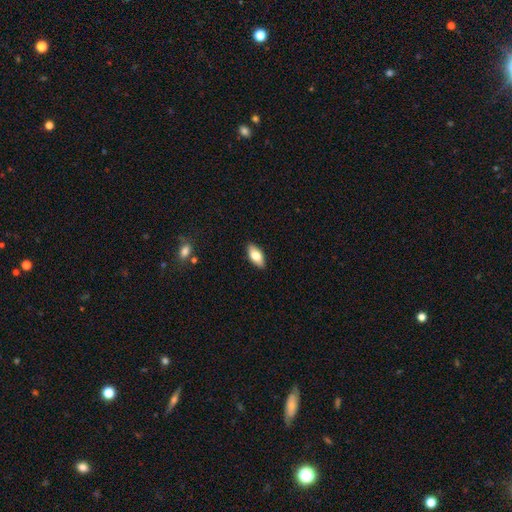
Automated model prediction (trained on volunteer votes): Smooth or featured?
  - smooth: 76% *
  - featured or disk: 17%
  - star or artifact: 6%
How rounded?
  - in between: 86% *
  - cigar-shaped: 12%
  - round: 3%
Merging?
  - none: 88% *
  - minor disturbance: 9%
  - major disturbance: 2%
  - merger: 1%